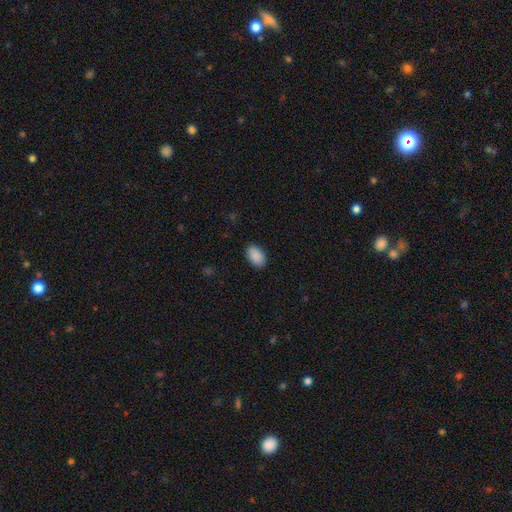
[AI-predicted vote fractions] Overall: smooth (90%). How rounded: in between (91%). Merging: none (88%).